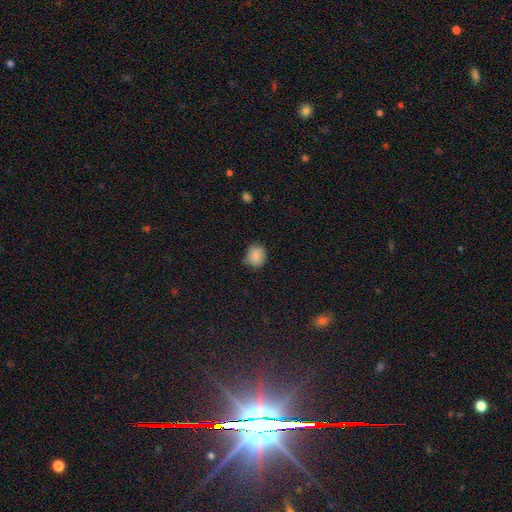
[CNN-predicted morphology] Overall: smooth (84%). How rounded: round (83%). Merging: none (70%).